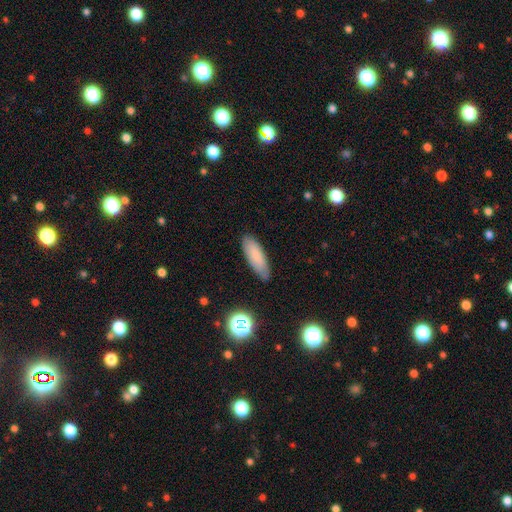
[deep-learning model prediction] Smooth or featured: smooth — 81% (featured or disk — 11%)
How rounded: in between — 56% (cigar-shaped — 42%)
Merging: none — 81% (minor disturbance — 15%)